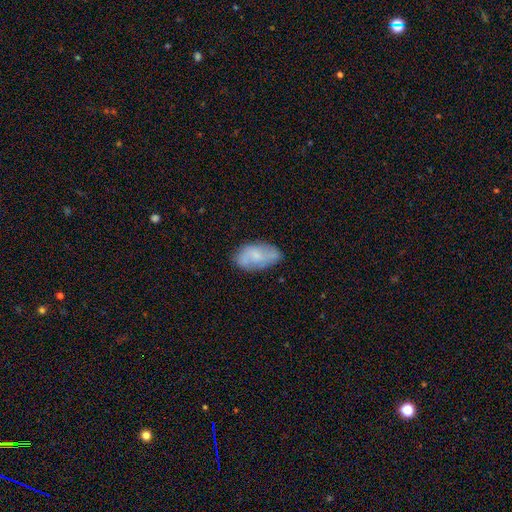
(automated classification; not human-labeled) smooth-or-featured: smooth: 56% | featured or disk: 36% | star or artifact: 7%
  how-rounded: in between: 93% | round: 4% | cigar-shaped: 3%
  merging: none: 67% | minor disturbance: 25% | major disturbance: 6% | merger: 2%